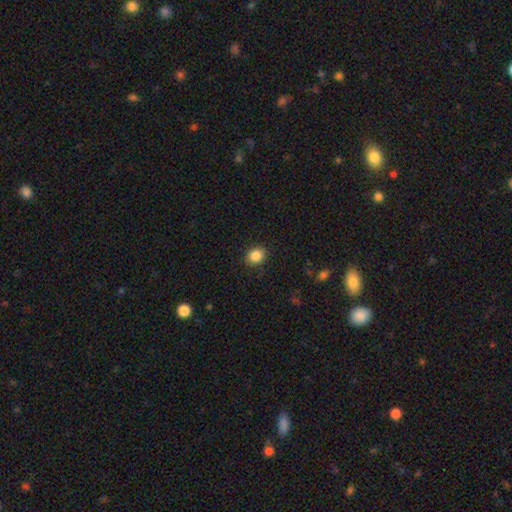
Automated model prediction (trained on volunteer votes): Smooth or featured?
  - smooth: 86% *
  - star or artifact: 9%
  - featured or disk: 4%
How rounded?
  - round: 65% *
  - in between: 34%
  - cigar-shaped: 1%
Merging?
  - none: 89% *
  - minor disturbance: 8%
  - major disturbance: 2%
  - merger: 1%